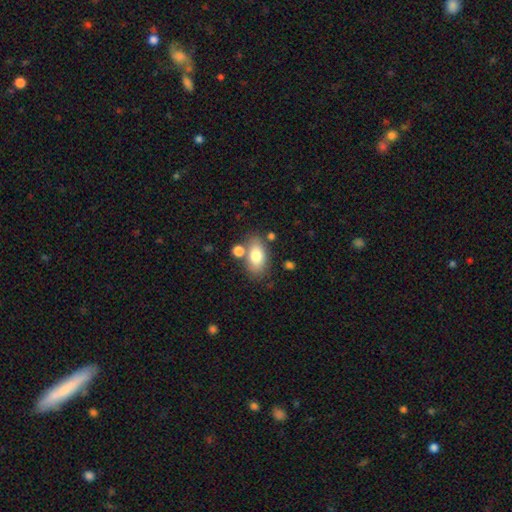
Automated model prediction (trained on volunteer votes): This appears to be a smooth galaxy with no disk features (77%) that is in between round and cigar-shaped (88%). Merging: none (69%).